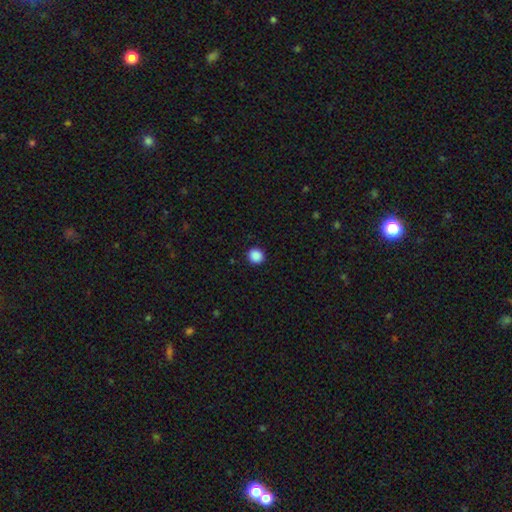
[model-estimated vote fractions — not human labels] Q: Smooth or featured?
A: smooth (89%); runner-up: star or artifact (9%)
Q: How rounded?
A: round (91%); runner-up: in between (8%)
Q: Merging?
A: none (92%); runner-up: minor disturbance (5%)